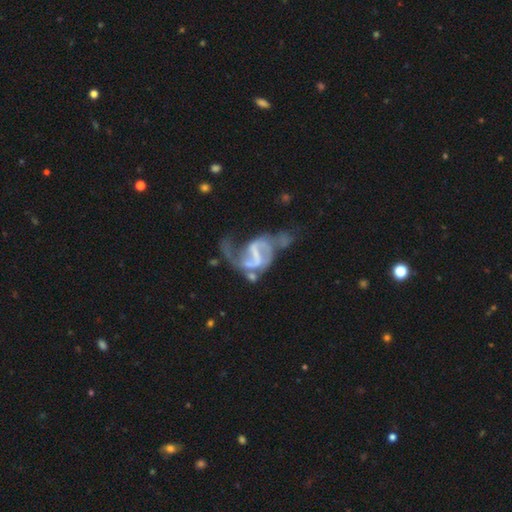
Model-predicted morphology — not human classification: smooth-or-featured: featured or disk: 87% | smooth: 7% | star or artifact: 6%
  disk-edge-on: no: 98% | yes: 2%
    bar: strong: 49% | weak: 37% | no: 13%
    has-spiral-arms: yes: 91% | no: 9%
      spiral-winding: loose: 57% | medium: 34% | tight: 9%
      spiral-arm-count: 2: 84% | 1: 9% | can't tell: 4% | 3: 2% | 4: 1% | more than 4: 1%
    bulge-size: none: 54% | small: 31% | moderate: 11% | large: 3% | dominant: 1%
  merging: major disturbance: 35% | none: 30% | merger: 18% | minor disturbance: 17%